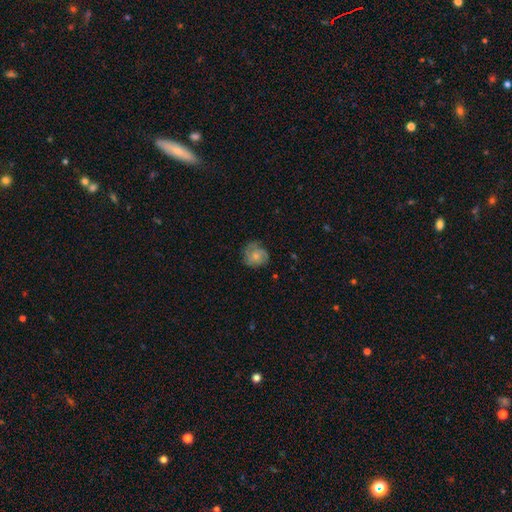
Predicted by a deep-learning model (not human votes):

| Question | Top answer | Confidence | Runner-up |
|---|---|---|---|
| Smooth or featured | smooth | 50% | featured or disk (42%) |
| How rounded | round | 78% | in between (21%) |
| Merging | none | 68% | minor disturbance (23%) |